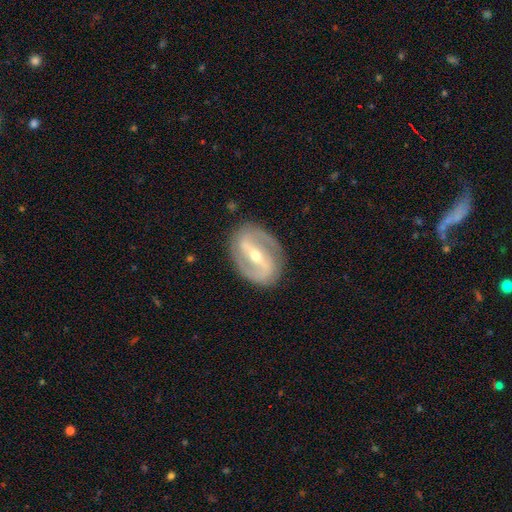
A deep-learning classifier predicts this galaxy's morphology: The model was most divided on "bulge size" (2-way tie): moderate: 48%, small: 48%, large: 2%, none: 1%, dominant: 1%. Remaining: edge-on disk — no (95%); spiral arm count — 2 (90%); spiral arms — yes (88%); smooth or featured — featured or disk (88%); merging — none (85%); bar — strong (68%); spiral winding — medium (45%).